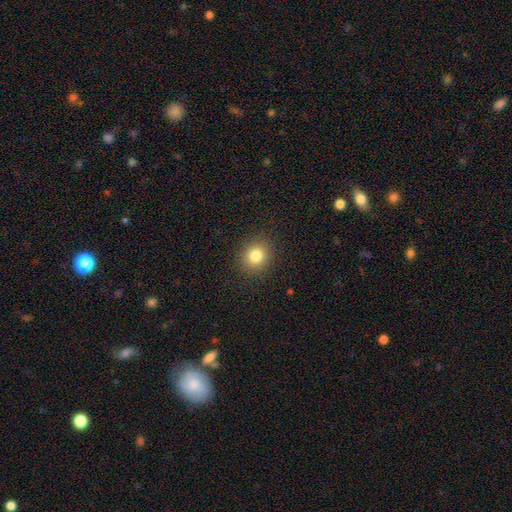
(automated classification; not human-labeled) Smooth or featured: smooth — 82% (star or artifact — 11%)
How rounded: round — 77% (in between — 22%)
Merging: none — 90% (minor disturbance — 7%)